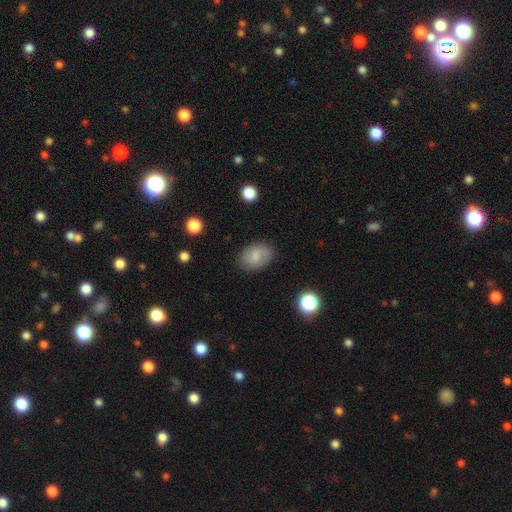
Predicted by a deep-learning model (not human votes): This is likely a smooth galaxy (69%). How rounded: clearly in between (80%). Merging: clearly none (83%).